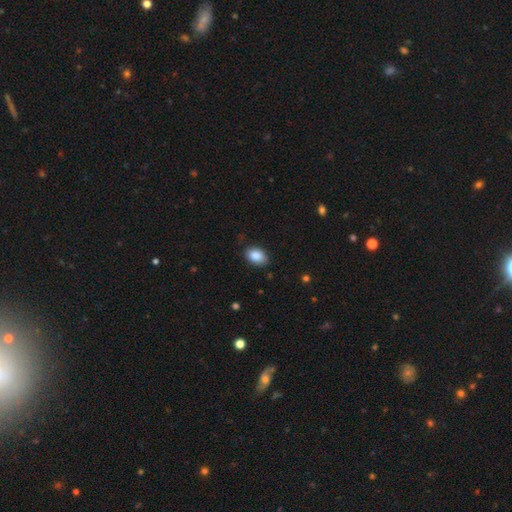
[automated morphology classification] A smooth galaxy with no disk features (87%) that is in between round and cigar-shaped (84%).

Vote fractions:
- Smooth or featured? smooth: 87% / star or artifact: 7% / featured or disk: 6%
- How rounded? in between: 84% / round: 15% / cigar-shaped: 1%
- Merging? none: 85% / minor disturbance: 12% / major disturbance: 2% / merger: 1%